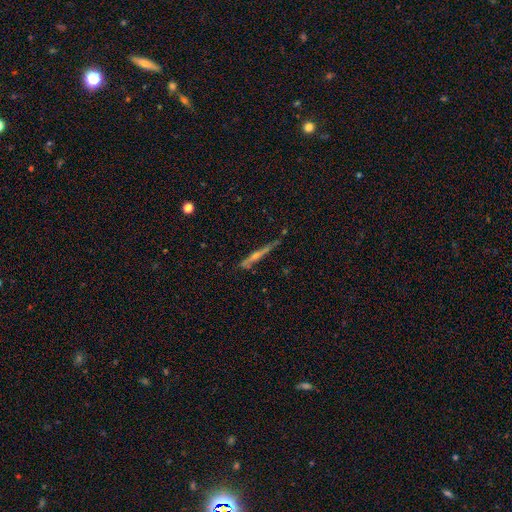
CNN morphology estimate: The model was most divided on "edge-on bulge": rounded: 71%, none: 21%, boxy: 8%. More confident: edge-on disk — yes (95%); merging — none (72%); smooth or featured — featured or disk (71%).